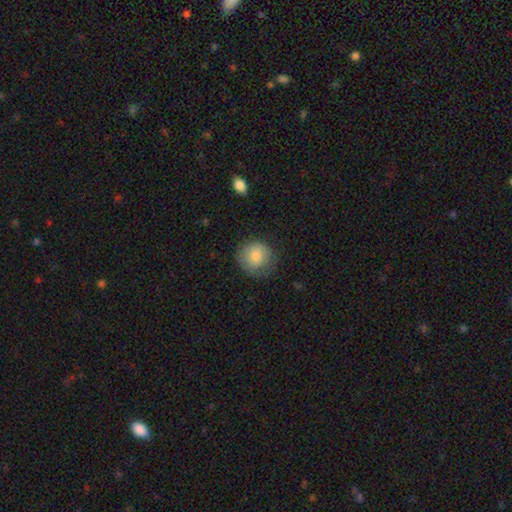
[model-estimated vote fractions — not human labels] Smooth or featured? smooth (82%)
How rounded? round (88%)
Merging? none (72%)